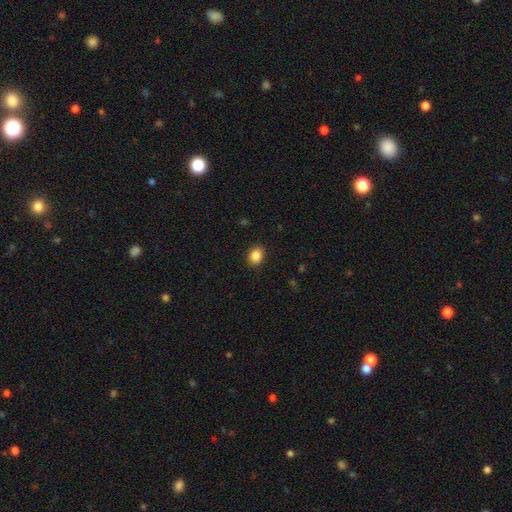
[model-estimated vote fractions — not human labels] The model was most divided on "how rounded": round: 55%, in between: 44%, cigar-shaped: 1%. More confident: merging — none (89%); smooth or featured — smooth (86%).